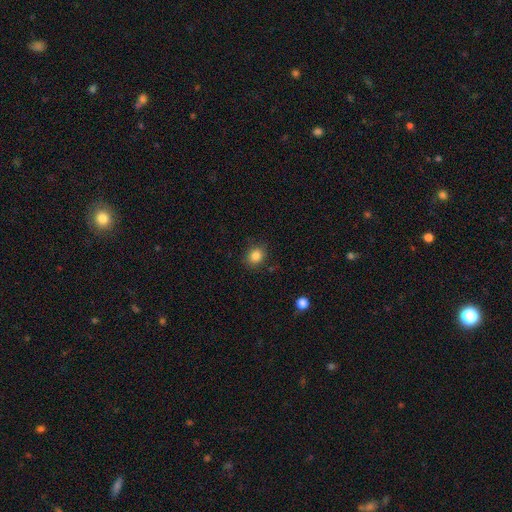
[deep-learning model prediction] The model was most divided on "how rounded": round: 67%, in between: 32%, cigar-shaped: 1%. More confident: merging — none (86%); smooth or featured — smooth (85%).